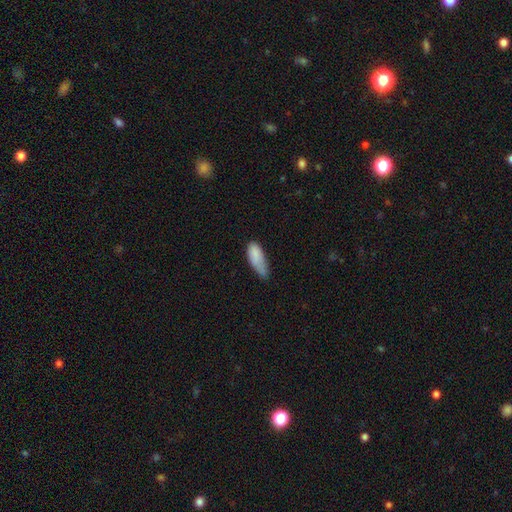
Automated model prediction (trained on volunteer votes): Morphology: type=smooth (83%); roundness=in between (74%); merging=minor disturbance (48%).